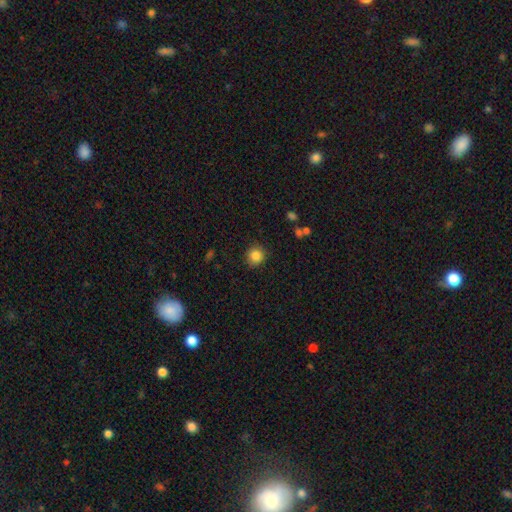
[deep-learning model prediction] This is clearly a smooth galaxy (85%). How rounded: clearly round (91%). Merging: clearly none (89%).